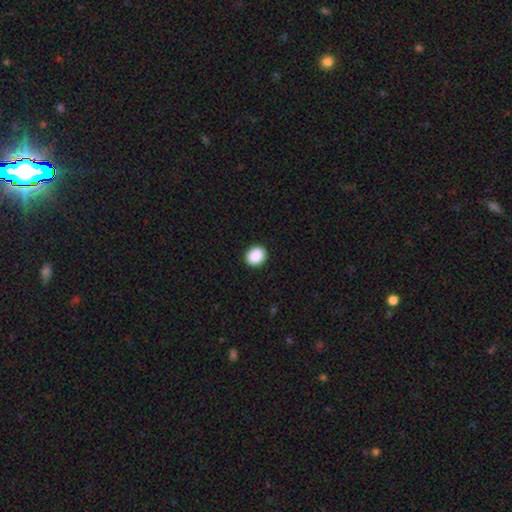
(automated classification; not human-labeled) The model was most divided on "how rounded": round: 62%, in between: 38%, cigar-shaped: 1%. More confident: merging — none (91%); smooth or featured — smooth (90%).